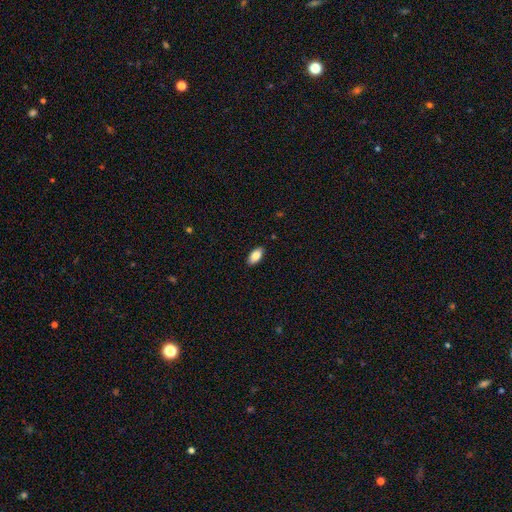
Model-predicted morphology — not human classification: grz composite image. It shows a smooth galaxy with no disk features (86%) that is in between round and cigar-shaped (93%). Merging: none (89%).